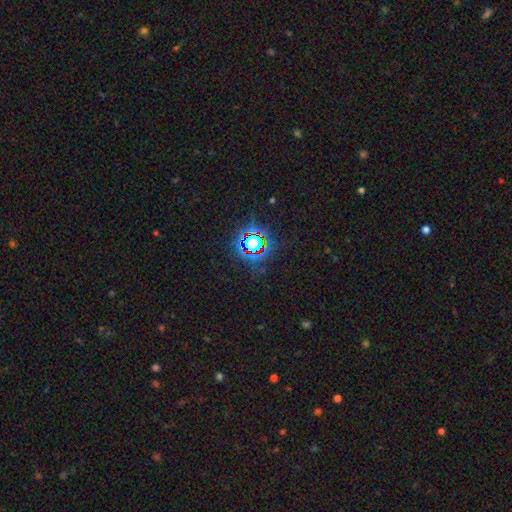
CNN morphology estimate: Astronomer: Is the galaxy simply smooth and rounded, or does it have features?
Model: star or artifact — 76%.